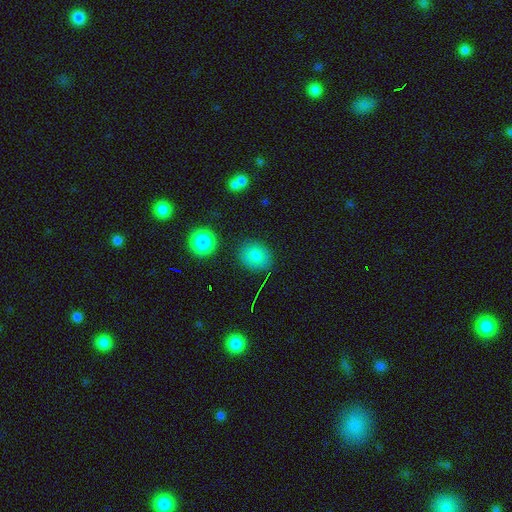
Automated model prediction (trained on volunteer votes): smooth 80%, star or artifact 12%, featured or disk 8%. Down the decision tree: how rounded — round (61%); merging — none (84%).